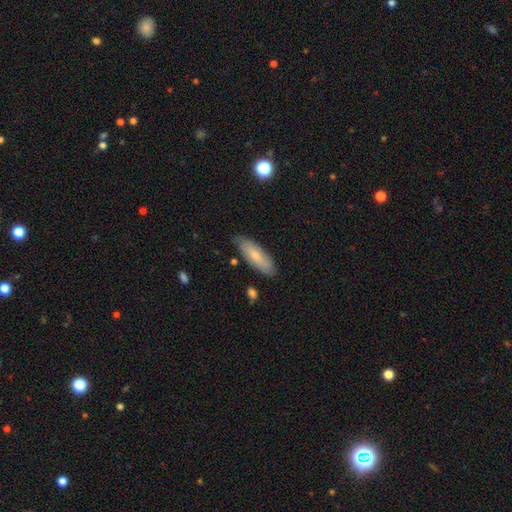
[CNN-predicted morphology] The model was most divided on "how rounded": in between: 63%, cigar-shaped: 35%, round: 2%. More confident: merging — none (79%); smooth or featured — smooth (64%).